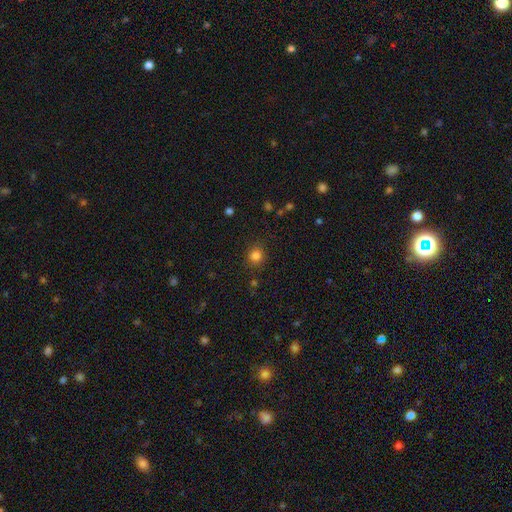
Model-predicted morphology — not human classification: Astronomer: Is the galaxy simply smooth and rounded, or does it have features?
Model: smooth — 82%.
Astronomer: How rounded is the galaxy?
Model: round — 89%.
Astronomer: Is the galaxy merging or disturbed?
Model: none — 88%.